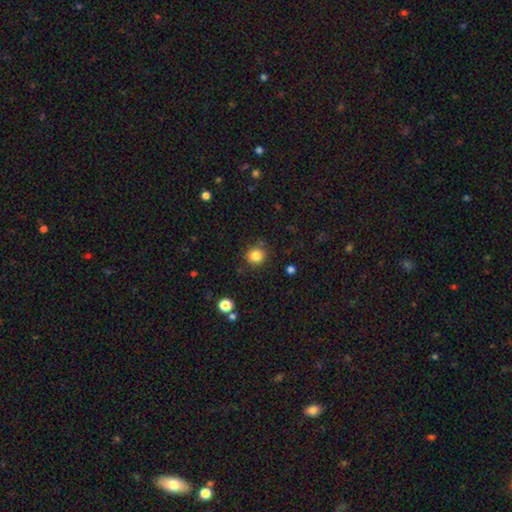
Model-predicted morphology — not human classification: A smooth galaxy with no disk features (84%) that is round (89%). Merging: none (84%).